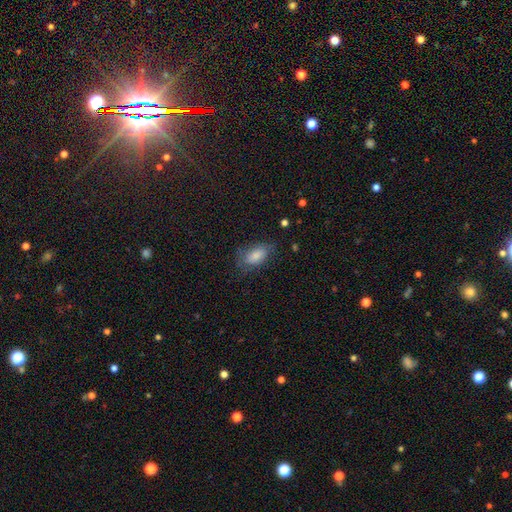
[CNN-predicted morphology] The model was most divided on "merging": none: 65%, minor disturbance: 25%, major disturbance: 9%, merger: 1%. More confident: how rounded — in between (91%); smooth or featured — smooth (79%).